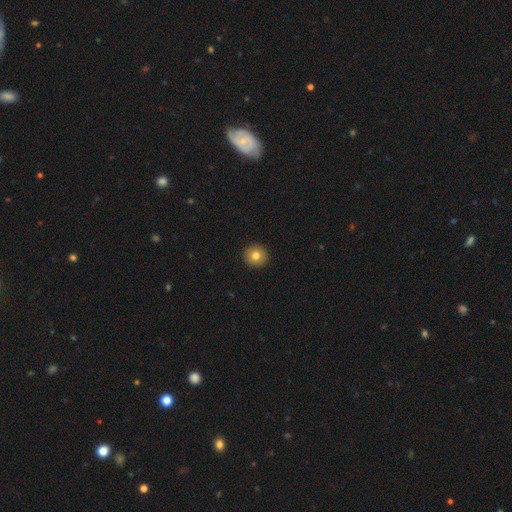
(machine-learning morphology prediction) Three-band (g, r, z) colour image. It shows a smooth galaxy with no disk features (79%) that is round (94%). Merging: none (93%).